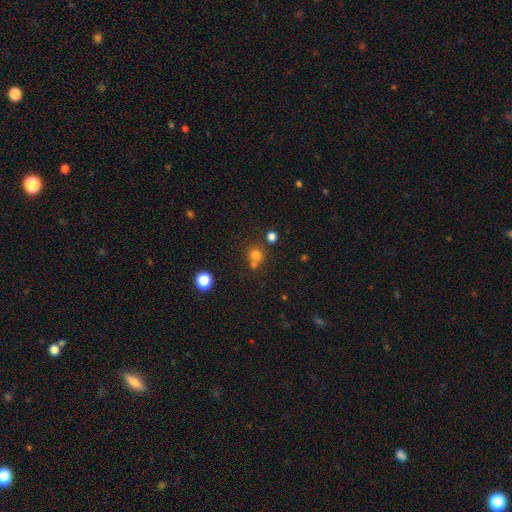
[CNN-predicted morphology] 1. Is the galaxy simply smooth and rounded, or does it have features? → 74% smooth, 18% star or artifact, 8% featured or disk.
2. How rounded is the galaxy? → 89% round, 10% in between, 1% cigar-shaped.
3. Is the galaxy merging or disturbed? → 60% none, 30% merger, 8% minor disturbance, 3% major disturbance.